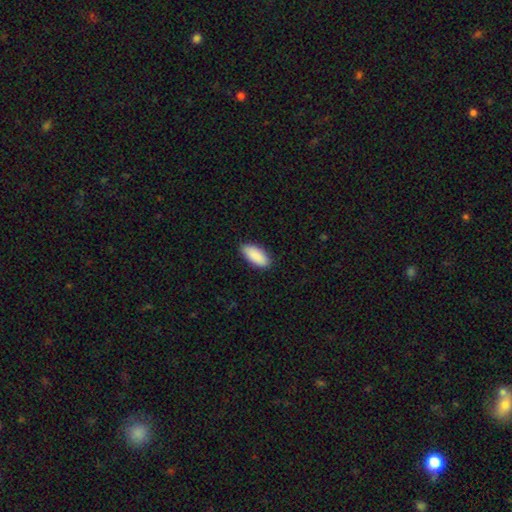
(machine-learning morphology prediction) Overall: smooth (90%). How rounded: in between (87%). Merging: none (86%).